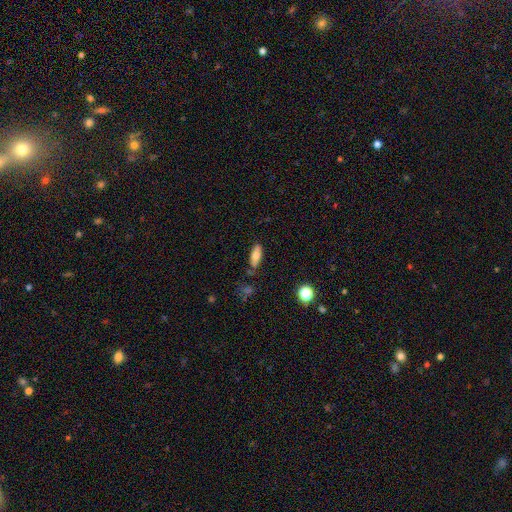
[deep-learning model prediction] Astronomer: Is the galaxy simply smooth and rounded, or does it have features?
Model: smooth — 75%.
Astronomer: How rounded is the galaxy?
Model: in between — 72%.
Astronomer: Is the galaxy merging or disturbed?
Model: none — 78%.